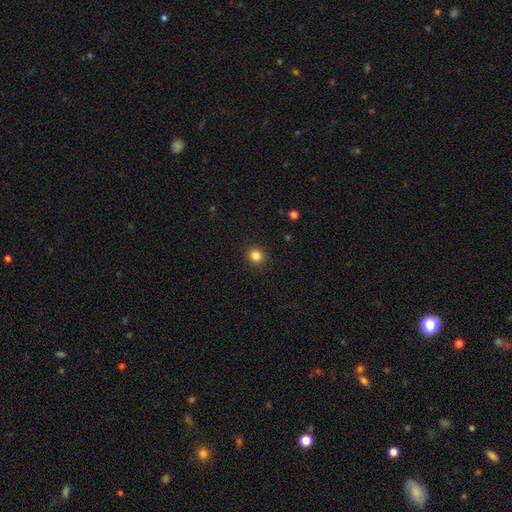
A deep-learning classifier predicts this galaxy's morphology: Overall: smooth (84%). How rounded: round (84%). Merging: none (91%).